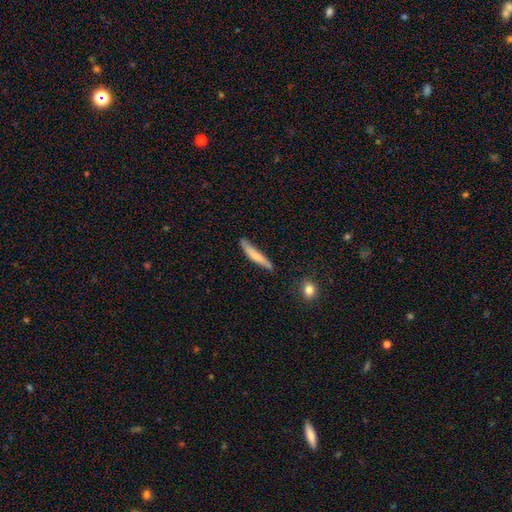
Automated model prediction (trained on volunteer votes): Smooth or featured: smooth — 70% (featured or disk — 24%)
How rounded: cigar-shaped — 92% (in between — 7%)
Merging: none — 72% (minor disturbance — 22%)